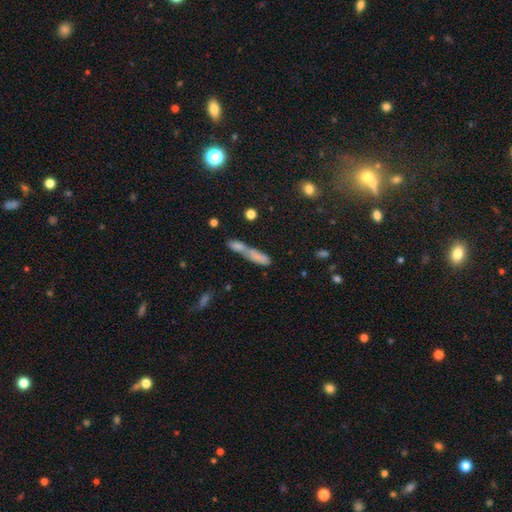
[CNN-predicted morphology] type=smooth (65%); roundness=cigar-shaped (62%); merging=merger (57%).